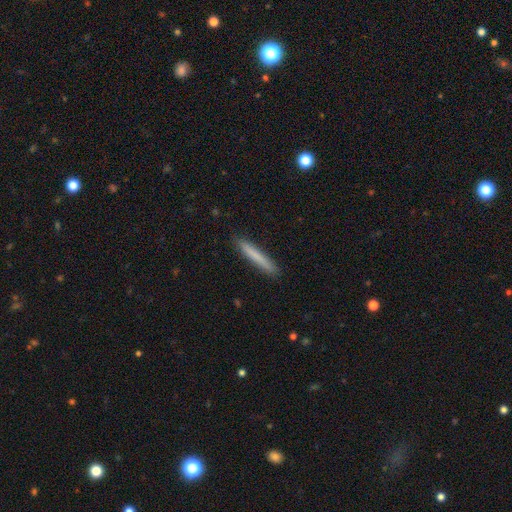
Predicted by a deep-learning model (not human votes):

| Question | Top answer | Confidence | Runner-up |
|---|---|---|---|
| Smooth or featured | smooth | 75% | featured or disk (18%) |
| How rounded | cigar-shaped | 96% | in between (3%) |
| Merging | none | 90% | minor disturbance (8%) |